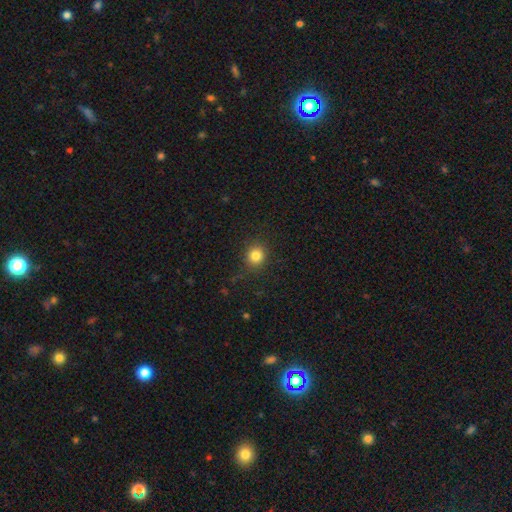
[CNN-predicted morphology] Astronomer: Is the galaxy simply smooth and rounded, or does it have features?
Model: smooth — 82%.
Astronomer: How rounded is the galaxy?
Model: round — 86%.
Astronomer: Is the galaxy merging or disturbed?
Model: none — 86%.